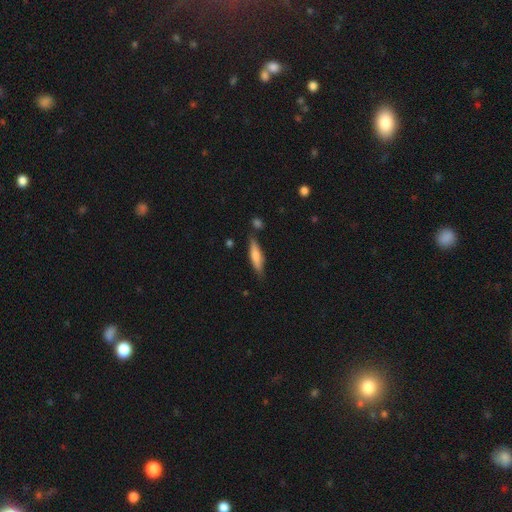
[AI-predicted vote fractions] Smooth or featured?
  - smooth: 65% *
  - featured or disk: 29%
  - star or artifact: 6%
How rounded?
  - cigar-shaped: 76% *
  - in between: 23%
  - round: 2%
Merging?
  - none: 79% *
  - minor disturbance: 14%
  - merger: 4%
  - major disturbance: 3%